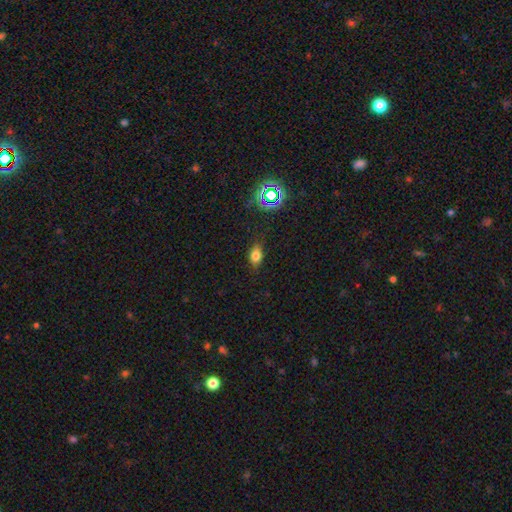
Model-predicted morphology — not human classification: smooth_or_featured: smooth (p=0.73) [alt: star or artifact p=0.15]
how_rounded: in between (p=0.78) [alt: round p=0.17]
merging: none (p=0.83) [alt: minor disturbance p=0.13]